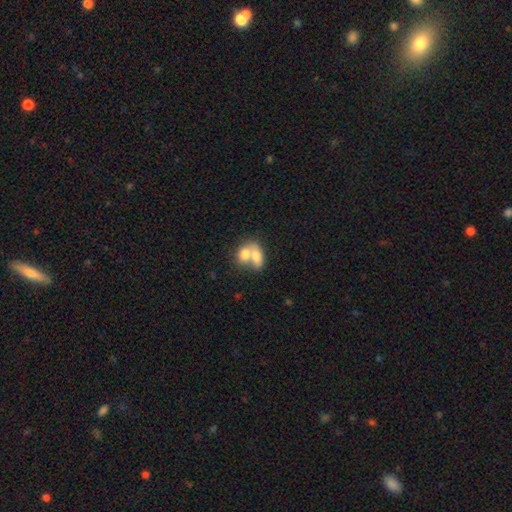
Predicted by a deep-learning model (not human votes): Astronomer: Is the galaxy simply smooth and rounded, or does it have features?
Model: smooth — 72%.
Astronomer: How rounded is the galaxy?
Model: in between — 77%.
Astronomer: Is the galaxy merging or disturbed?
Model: merger — 74%.